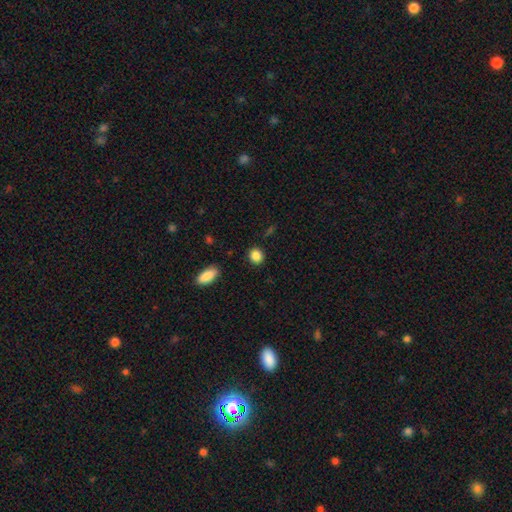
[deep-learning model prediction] smooth_or_featured: smooth (p=0.87) [alt: star or artifact p=0.09]
how_rounded: round (p=0.78) [alt: in between p=0.21]
merging: none (p=0.89) [alt: minor disturbance p=0.07]